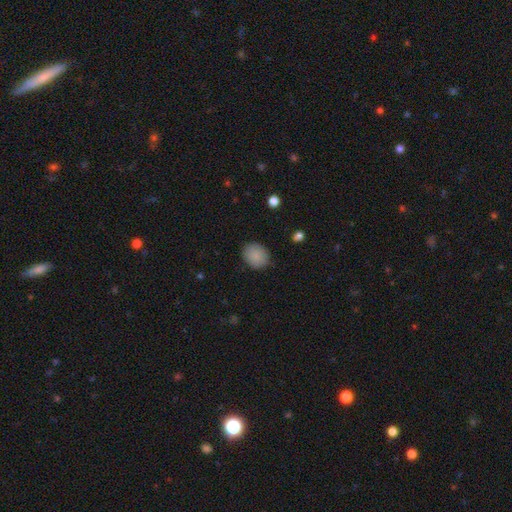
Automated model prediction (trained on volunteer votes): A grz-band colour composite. It shows a smooth galaxy with no disk features (88%) that is round (58%). Merging: none (85%).